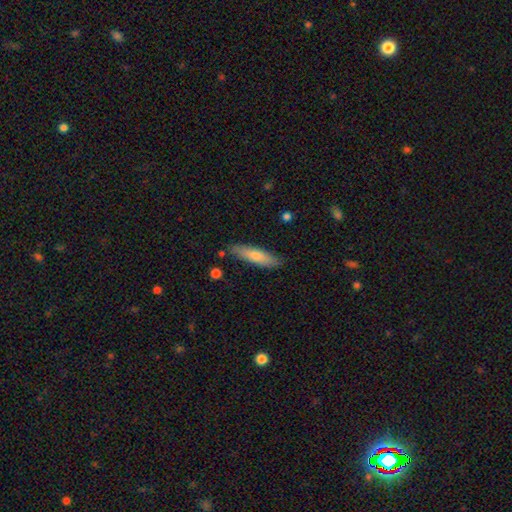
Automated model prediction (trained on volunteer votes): Morphology: type=smooth (70%); roundness=cigar-shaped (76%); merging=none (85%).